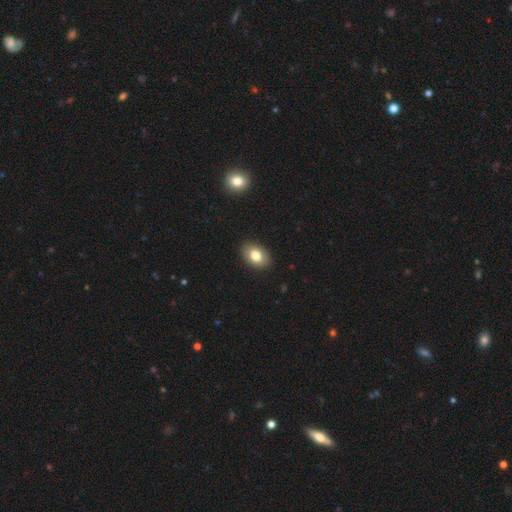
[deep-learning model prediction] A smooth galaxy with no disk features (81%) that is in between round and cigar-shaped (86%). Merging: none (89%).